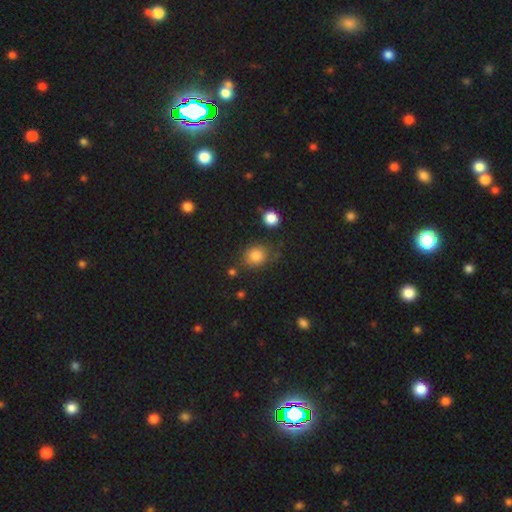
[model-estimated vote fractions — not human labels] A smooth galaxy with no disk features (83%) that is round (71%). Merging: none (76%).